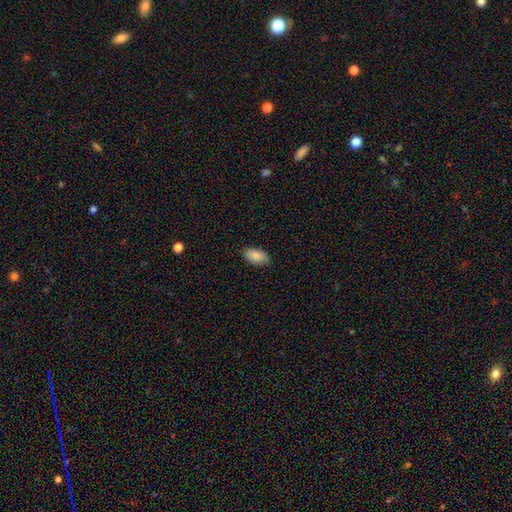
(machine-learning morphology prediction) Smooth or featured? smooth (87%)
How rounded? in between (95%)
Merging? none (87%)